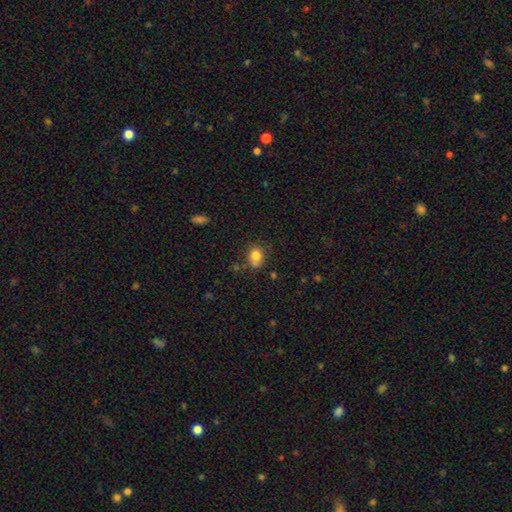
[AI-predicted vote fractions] Smooth or featured? Predicted: smooth (p=0.79). How rounded? Predicted: round (p=0.62). Merging? Predicted: none (p=0.57).